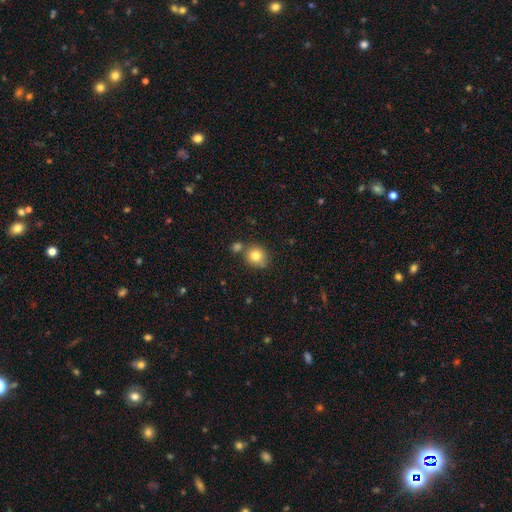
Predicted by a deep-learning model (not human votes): This appears to be a smooth galaxy with no disk features (82%) that is round (82%). Merging: none (68%).